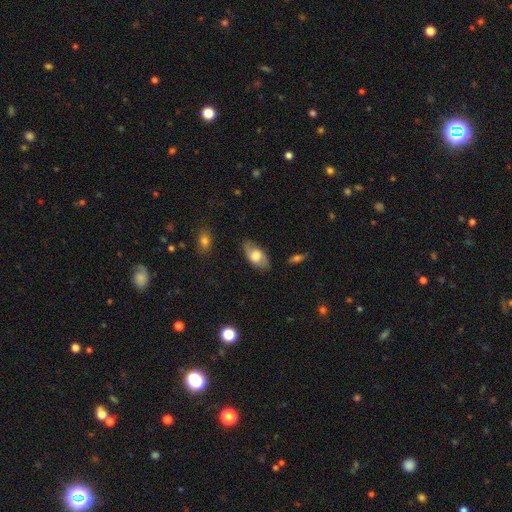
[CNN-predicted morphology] Smooth or featured: smooth — 61% (featured or disk — 33%)
How rounded: in between — 92% (round — 4%)
Merging: none — 78% (minor disturbance — 17%)